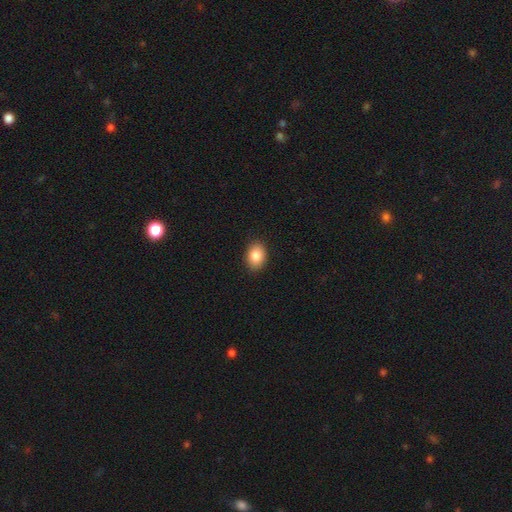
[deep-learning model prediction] smooth 85%, star or artifact 8%, featured or disk 7%. Down the decision tree: how rounded — in between (73%); merging — none (90%).